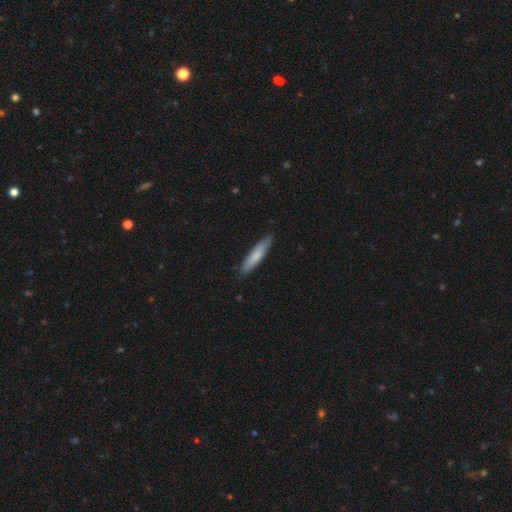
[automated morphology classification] A smooth galaxy with no disk features (76%) that is cigar-shaped (86%). Merging: none (87%).